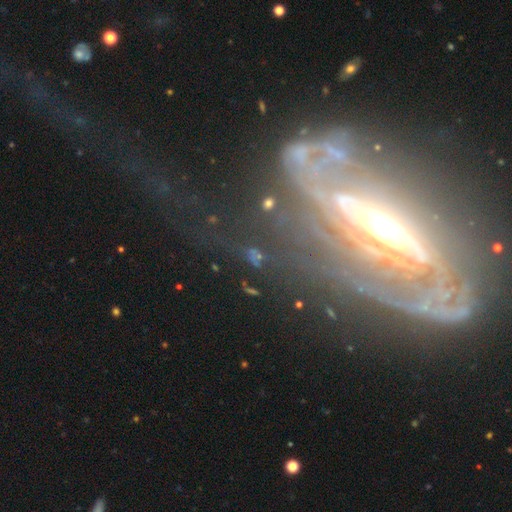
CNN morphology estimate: Smooth or featured?
  - featured or disk: 51% *
  - star or artifact: 29%
  - smooth: 21%
Edge-on disk?
  - no: 85% *
  - yes: 15%
Merging?
  - none: 65% *
  - minor disturbance: 16%
  - major disturbance: 12%
  - merger: 7%